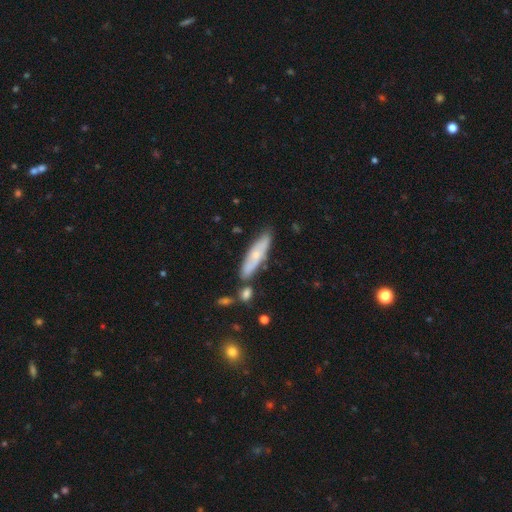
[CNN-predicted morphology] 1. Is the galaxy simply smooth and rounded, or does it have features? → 50% smooth, 44% featured or disk, 6% star or artifact.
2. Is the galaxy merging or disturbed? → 71% none, 17% minor disturbance, 8% merger, 3% major disturbance.